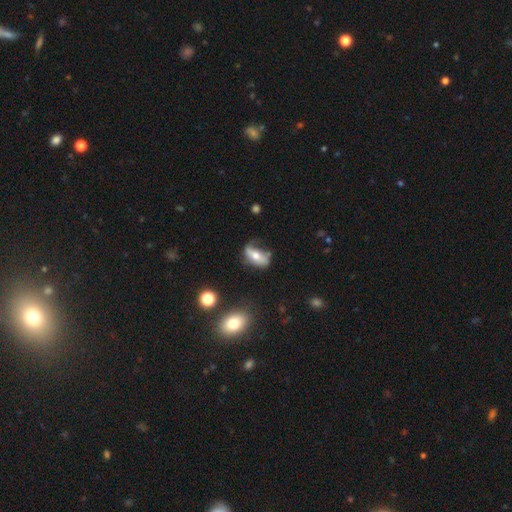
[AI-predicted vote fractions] This is possibly a smooth galaxy (49%). Merging: marginally none (39%).